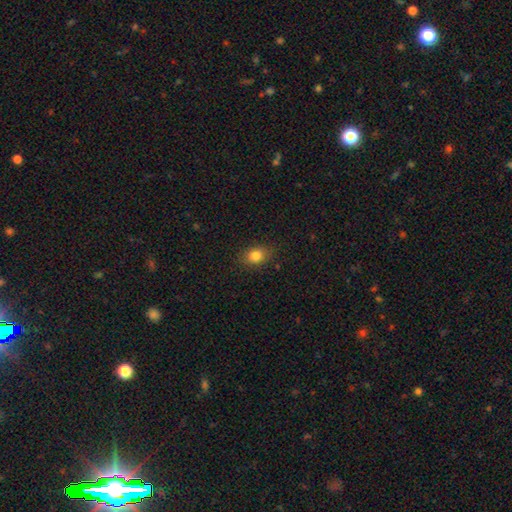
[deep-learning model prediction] Morphology: type=smooth (82%); roundness=in between (65%); merging=none (84%).